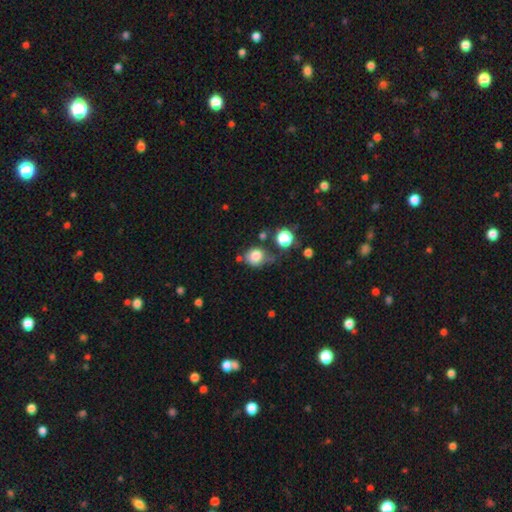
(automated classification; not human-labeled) The model was most divided on "merging": none: 51%, minor disturbance: 26%, merger: 13%, major disturbance: 11%. More confident: smooth or featured — smooth (80%); how rounded — round (72%).